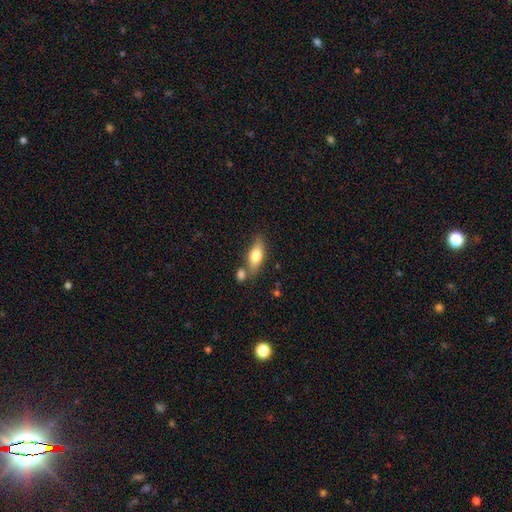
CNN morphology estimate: type=smooth (72%); roundness=in between (73%); merging=none (63%).